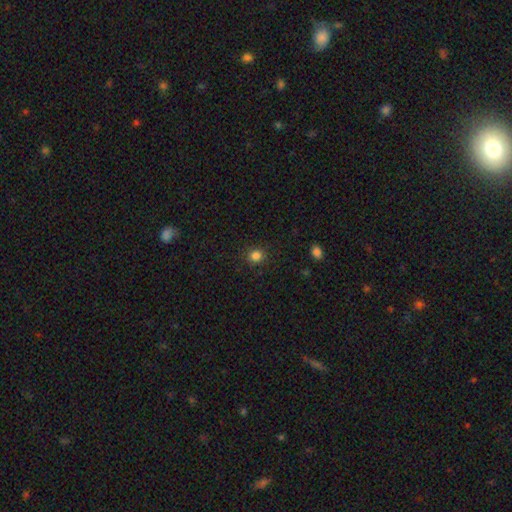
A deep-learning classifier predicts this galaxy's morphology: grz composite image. It shows a smooth galaxy with no disk features (83%) that is round (86%). Merging: none (88%).